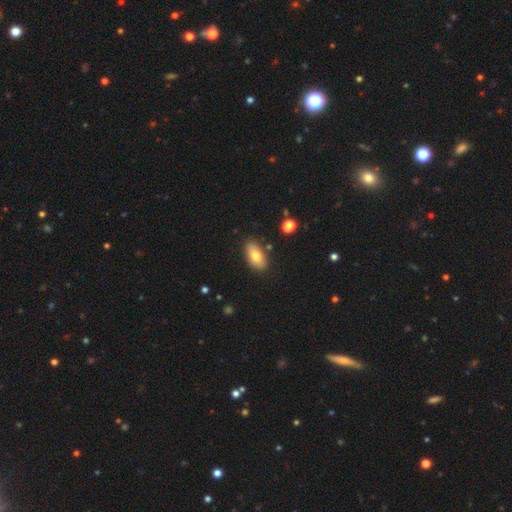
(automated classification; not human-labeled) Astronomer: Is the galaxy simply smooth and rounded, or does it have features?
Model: smooth — 74%.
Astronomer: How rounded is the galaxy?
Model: in between — 89%.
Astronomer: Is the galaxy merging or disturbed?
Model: none — 85%.